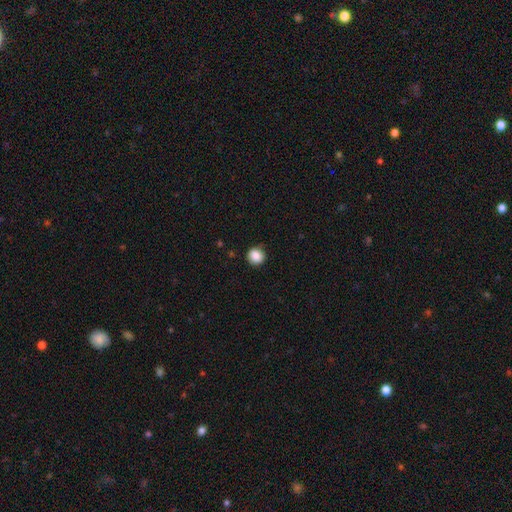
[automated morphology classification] type=smooth (87%); roundness=round (88%); merging=none (86%).